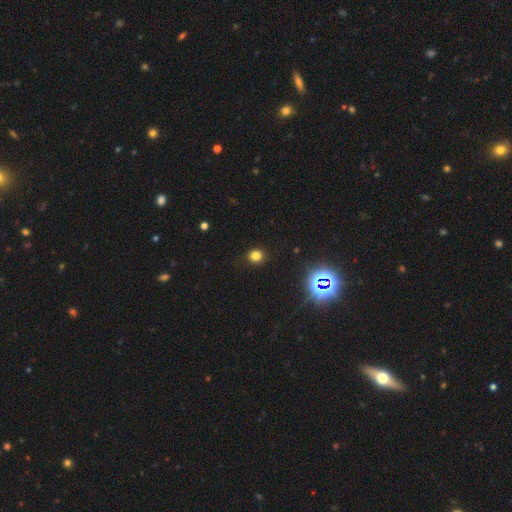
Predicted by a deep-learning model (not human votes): Overall: smooth (77%). How rounded: round (87%). Merging: none (91%).